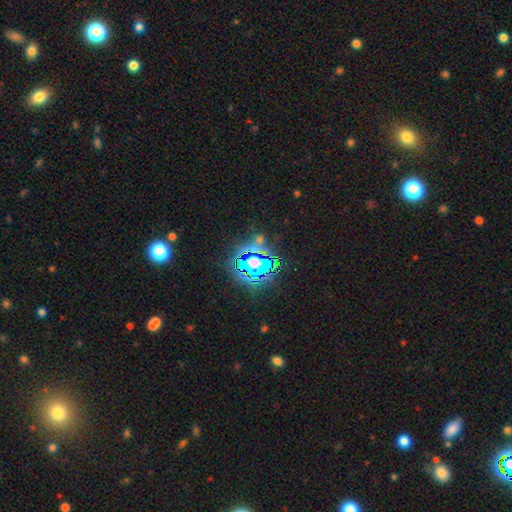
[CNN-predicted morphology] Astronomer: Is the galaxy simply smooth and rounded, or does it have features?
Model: star or artifact — 79%.